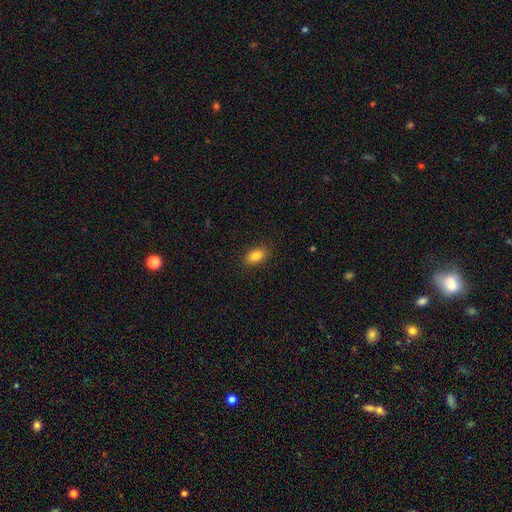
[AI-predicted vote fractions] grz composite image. It shows a smooth galaxy with no disk features (85%) that is in between round and cigar-shaped (85%). Merging: none (88%).